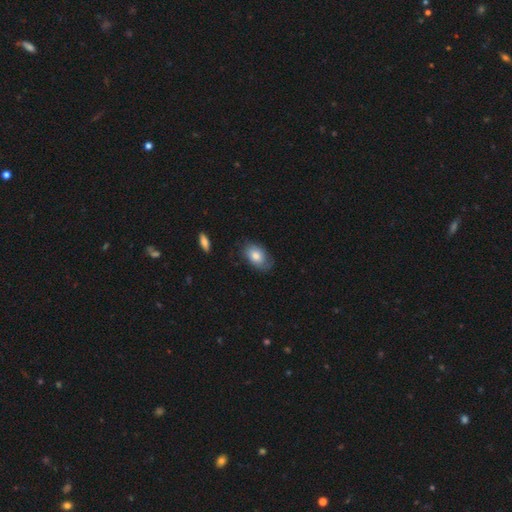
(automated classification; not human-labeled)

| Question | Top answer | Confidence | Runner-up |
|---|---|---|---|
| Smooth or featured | smooth | 72% | featured or disk (21%) |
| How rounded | in between | 89% | round (10%) |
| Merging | none | 69% | minor disturbance (24%) |